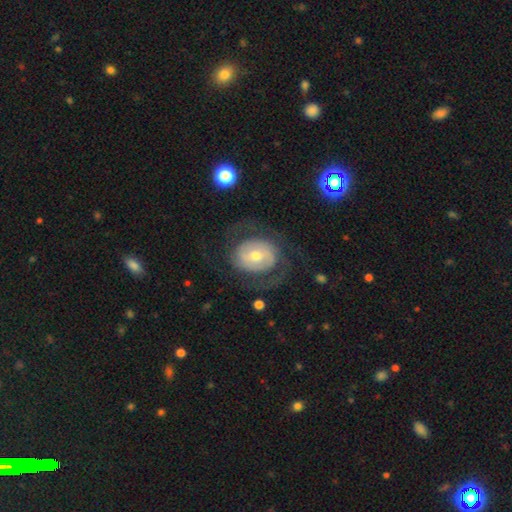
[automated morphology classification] type=featured or disk (69%); edge-on=no (96%); bar=no (45%); spiral arms=yes (74%); bulge=moderate (55%); merging=none (66%).